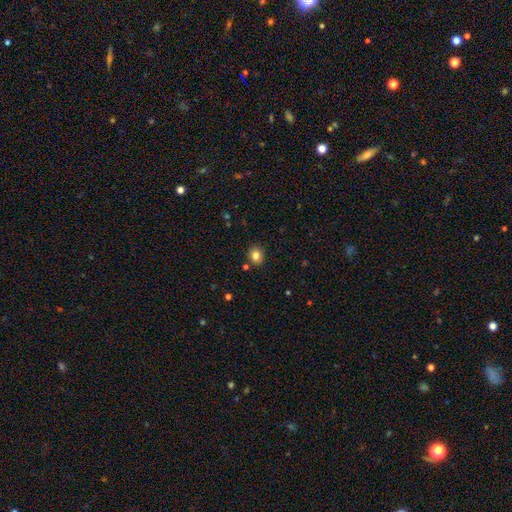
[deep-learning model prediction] This is clearly a smooth galaxy (81%). How rounded: likely round (66%). Merging: clearly none (85%).